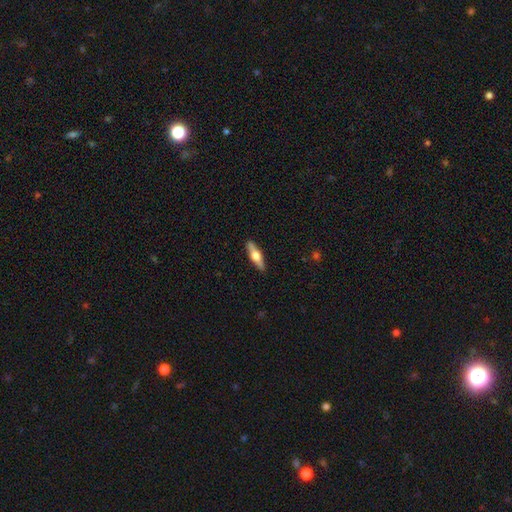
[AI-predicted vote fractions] Overall: featured or disk (54%; smooth 40%). Edge-on disk: yes (94%). Edge-on bulge: rounded (94%). Merging: none (89%).